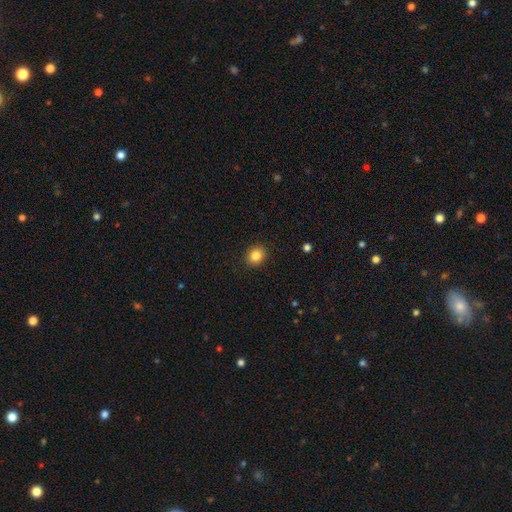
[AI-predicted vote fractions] smooth-or-featured: smooth: 85% | star or artifact: 10% | featured or disk: 5%
  how-rounded: round: 66% | in between: 33% | cigar-shaped: 1%
  merging: none: 90% | minor disturbance: 7% | major disturbance: 2% | merger: 1%